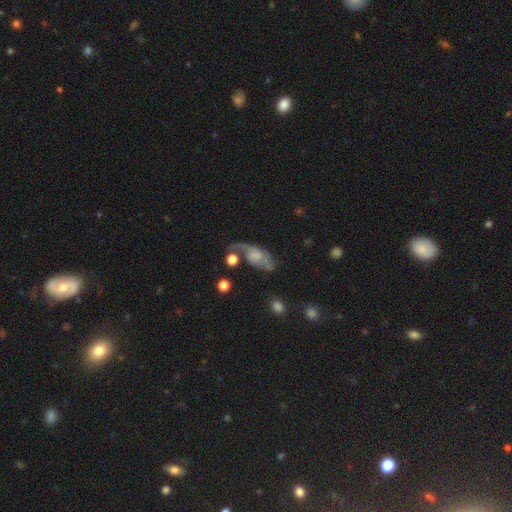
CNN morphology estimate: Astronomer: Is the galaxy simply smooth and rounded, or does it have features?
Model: featured or disk — 62%.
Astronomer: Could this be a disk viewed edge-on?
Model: no — 92%.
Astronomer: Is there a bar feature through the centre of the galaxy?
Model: no — 68%.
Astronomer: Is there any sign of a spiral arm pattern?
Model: yes — 81%.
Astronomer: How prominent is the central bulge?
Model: none — 34% (runner-up: small, 26%).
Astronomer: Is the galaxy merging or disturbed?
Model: none — 35% (runner-up: major disturbance, 34%).